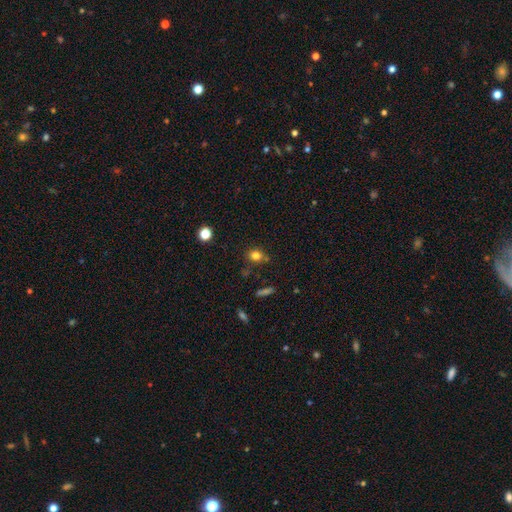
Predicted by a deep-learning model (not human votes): Smooth or featured? smooth (79%)
How rounded? round (56%)
Merging? none (71%)